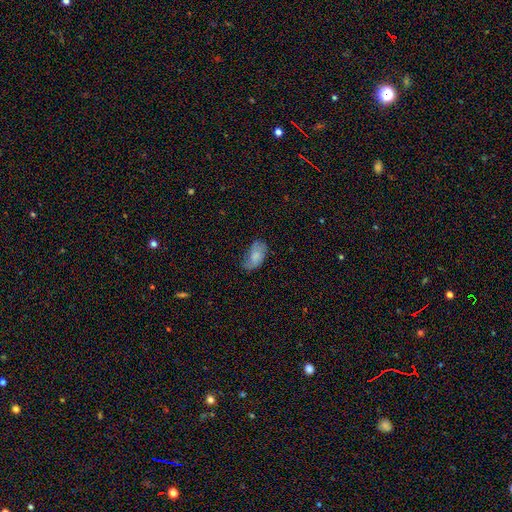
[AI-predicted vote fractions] Smooth or featured? Predicted: smooth (p=0.69). How rounded? Predicted: in between (p=0.93). Merging? Predicted: none (p=0.51).